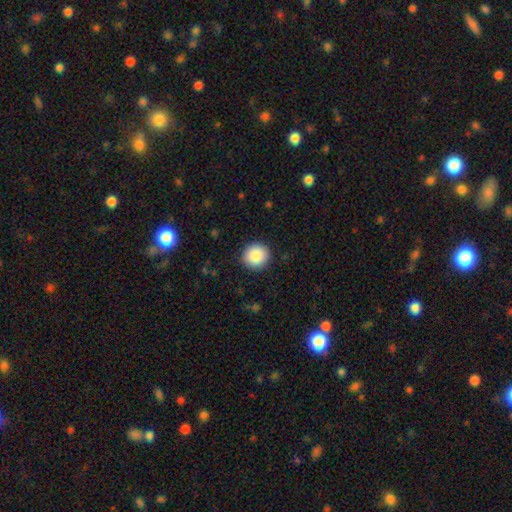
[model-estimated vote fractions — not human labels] Smooth or featured?
  - smooth: 88% *
  - star or artifact: 8%
  - featured or disk: 5%
How rounded?
  - round: 93% *
  - in between: 6%
  - cigar-shaped: 1%
Merging?
  - none: 91% *
  - minor disturbance: 6%
  - major disturbance: 2%
  - merger: 1%